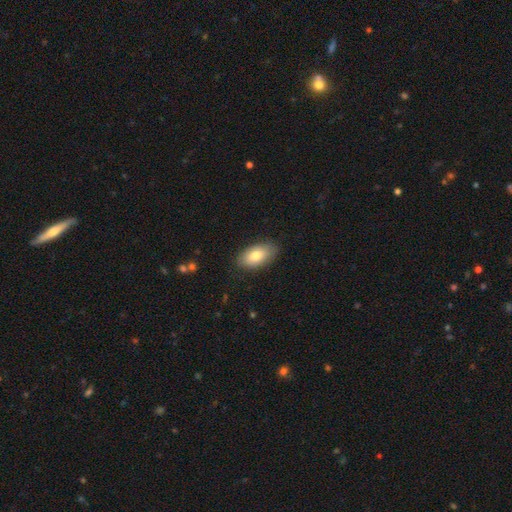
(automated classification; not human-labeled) smooth_or_featured: smooth (p=0.79) [alt: featured or disk p=0.14]
how_rounded: in between (p=0.93) [alt: round p=0.04]
merging: none (p=0.84) [alt: minor disturbance p=0.12]